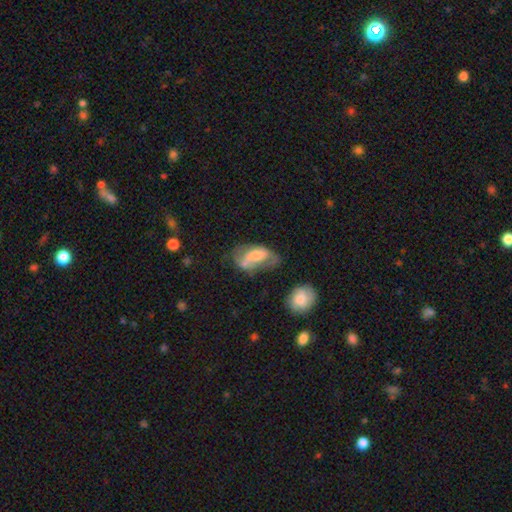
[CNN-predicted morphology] This is possibly a smooth galaxy (48%). Merging: marginally none (28%).